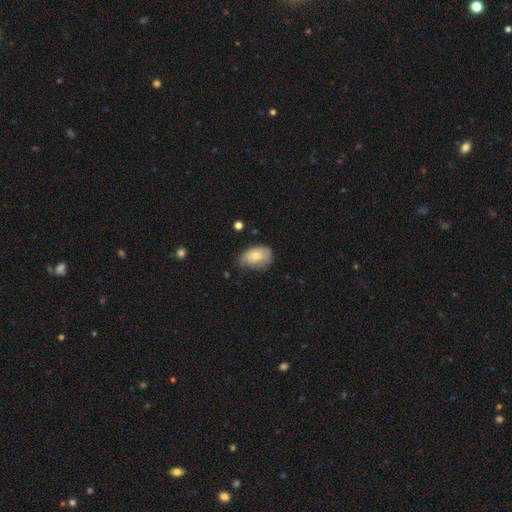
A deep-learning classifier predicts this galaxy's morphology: This appears to be a smooth galaxy with no disk features (73%) that is in between round and cigar-shaped (85%). Merging: none (56%).